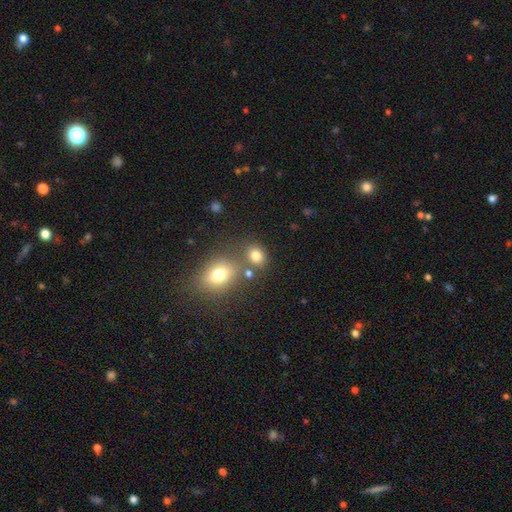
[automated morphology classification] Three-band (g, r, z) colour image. It shows a smooth galaxy with no disk features (78%) that is round (54%). Merging: none (66%).